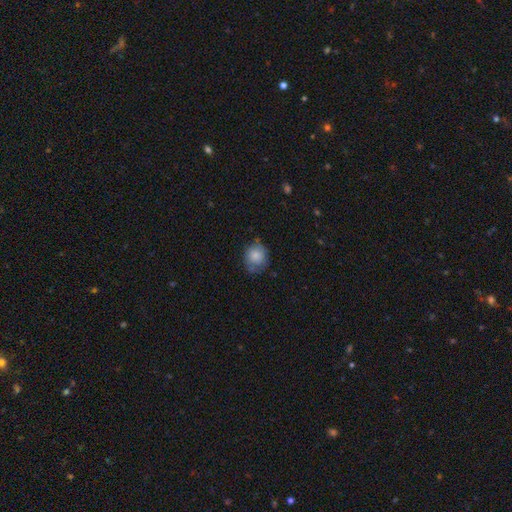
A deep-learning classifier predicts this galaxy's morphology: smooth_or_featured: smooth (p=0.79) [alt: featured or disk p=0.13]
how_rounded: round (p=0.74) [alt: in between p=0.25]
merging: none (p=0.61) [alt: minor disturbance p=0.28]